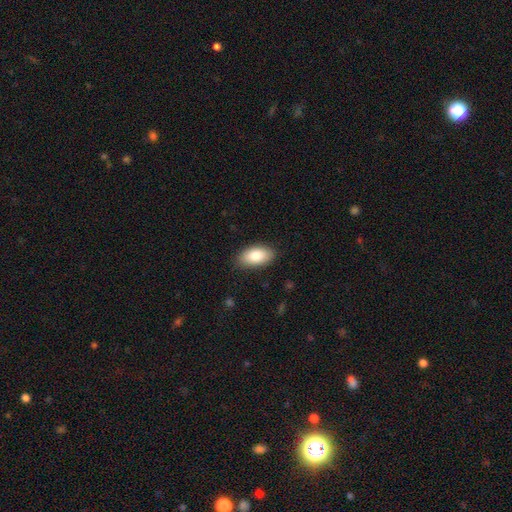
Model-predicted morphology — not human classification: Smooth or featured? Predicted: smooth (p=0.84). How rounded? Predicted: in between (p=0.94). Merging? Predicted: none (p=0.86).